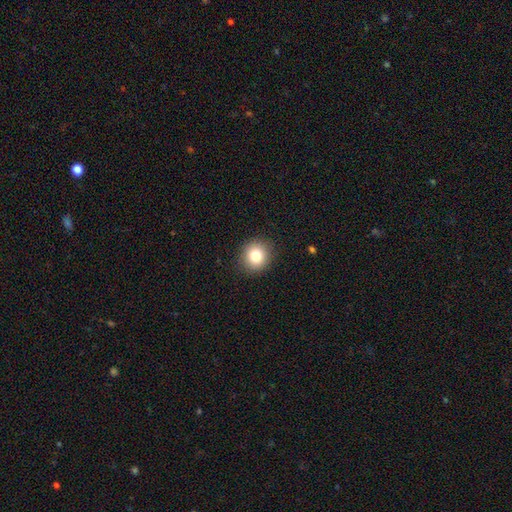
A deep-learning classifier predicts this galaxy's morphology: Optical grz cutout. It shows a smooth galaxy with no disk features (81%) that is round (87%). Merging: none (91%).